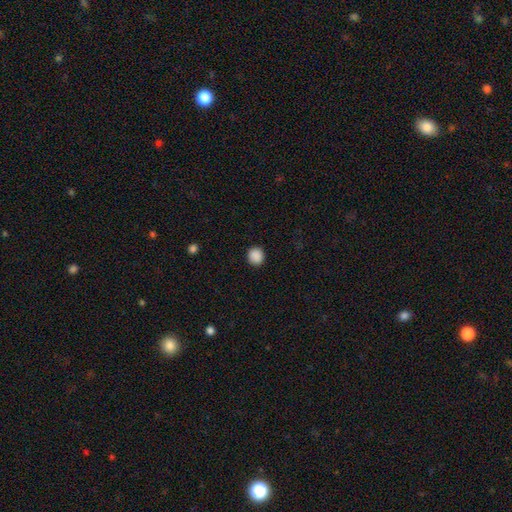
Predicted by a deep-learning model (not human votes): A smooth galaxy with no disk features (89%) that is round (84%).

Vote fractions:
- Smooth or featured? smooth: 89% / star or artifact: 9% / featured or disk: 2%
- How rounded? round: 84% / in between: 15% / cigar-shaped: 1%
- Merging? none: 91% / minor disturbance: 6% / major disturbance: 2% / merger: 1%